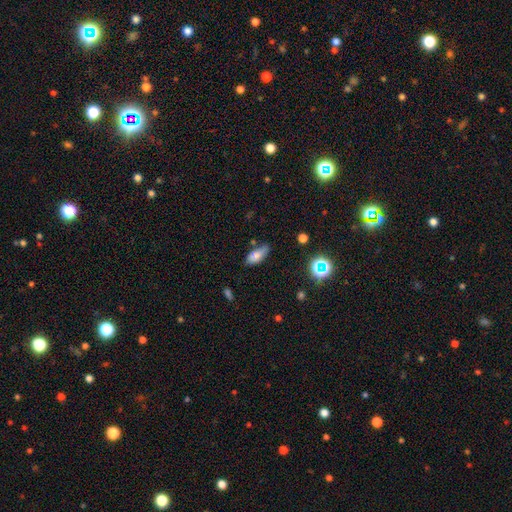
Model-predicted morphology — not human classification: Q: Smooth or featured?
A: smooth (78%); runner-up: featured or disk (11%)
Q: How rounded?
A: in between (79%); runner-up: cigar-shaped (18%)
Q: Merging?
A: none (60%); runner-up: minor disturbance (29%)